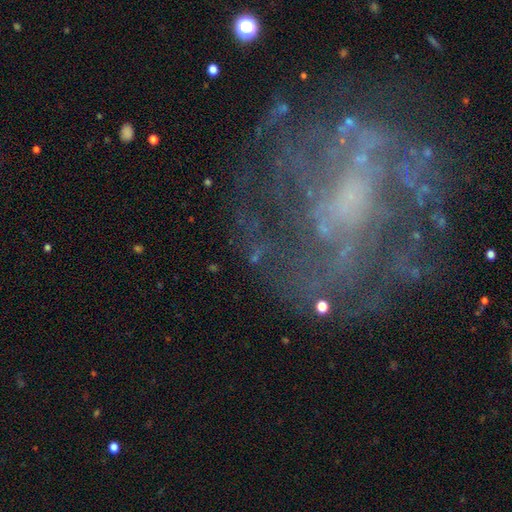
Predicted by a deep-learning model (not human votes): featured or disk 59%, star or artifact 25%, smooth 16%. Down the decision tree: edge-on disk — no (93%); bar — no (59%); spiral arms — yes (71%); bulge size — small (49%); merging — none (60%).